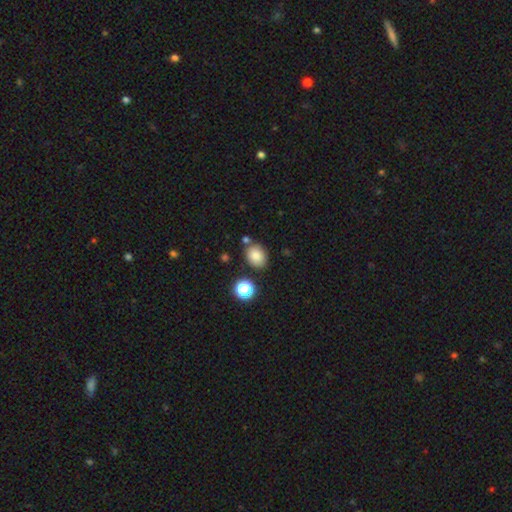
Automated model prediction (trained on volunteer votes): smooth-or-featured: smooth: 82% | star or artifact: 12% | featured or disk: 6%
  how-rounded: in between: 56% | round: 43% | cigar-shaped: 1%
  merging: none: 75% | minor disturbance: 13% | merger: 8% | major disturbance: 3%